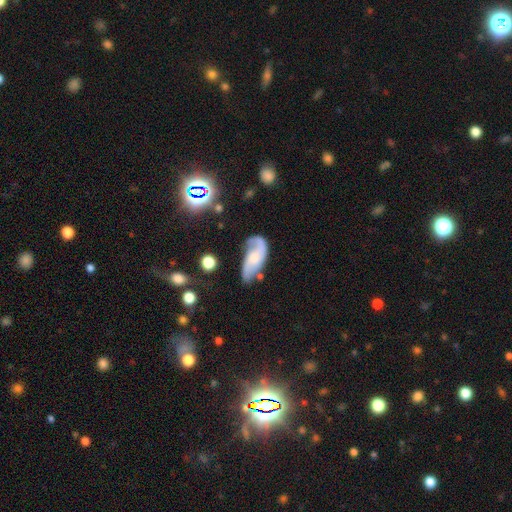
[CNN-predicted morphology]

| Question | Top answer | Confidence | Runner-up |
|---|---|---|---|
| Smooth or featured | featured or disk | 66% | smooth (27%) |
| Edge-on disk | no | 94% | yes (6%) |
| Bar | no | 63% | weak (29%) |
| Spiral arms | yes | 88% | no (12%) |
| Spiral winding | loose | 55% | medium (33%) |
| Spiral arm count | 2 | 73% | 1 (16%) |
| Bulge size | moderate | 40% | tied: small (40%) |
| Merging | none | 43% | minor disturbance (28%) |